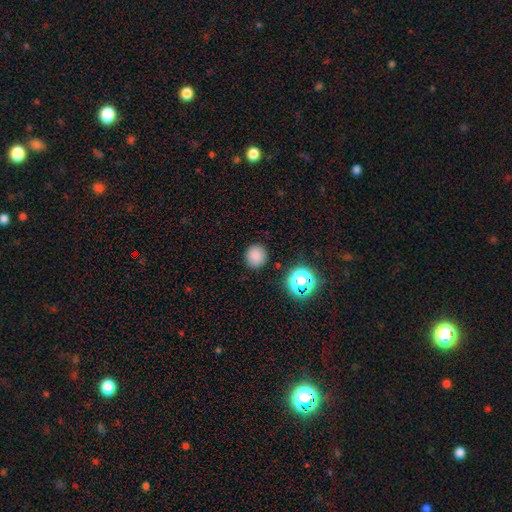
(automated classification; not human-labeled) Smooth or featured?
  - smooth: 80% *
  - star or artifact: 16%
  - featured or disk: 4%
How rounded?
  - round: 92% *
  - in between: 7%
  - cigar-shaped: 1%
Merging?
  - none: 89% *
  - minor disturbance: 7%
  - major disturbance: 2%
  - merger: 2%